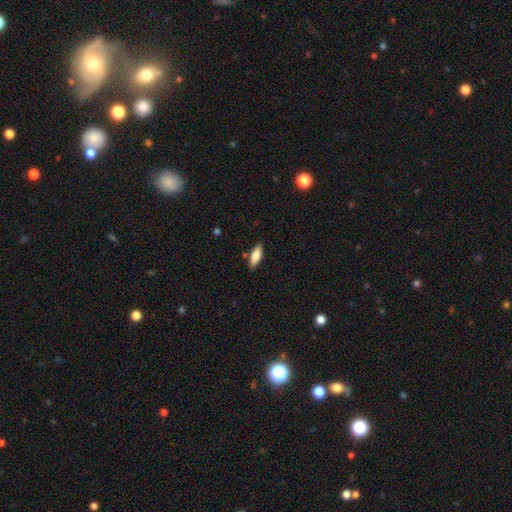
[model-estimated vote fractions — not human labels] Smooth or featured? smooth (78%)
How rounded? in between (66%)
Merging? none (84%)